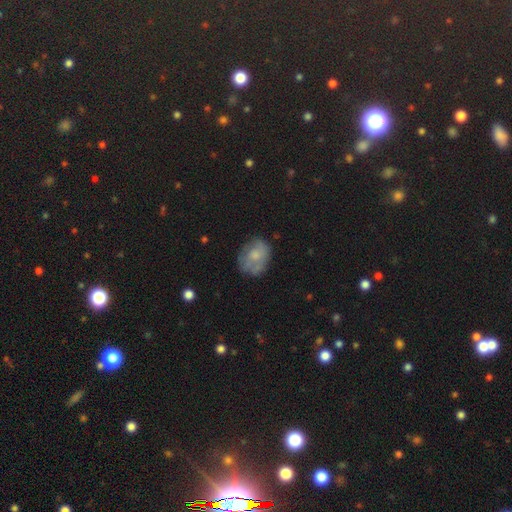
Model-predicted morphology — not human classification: A smooth galaxy with no disk features (60%) that is in between round and cigar-shaped (57%). Merging: none (61%).